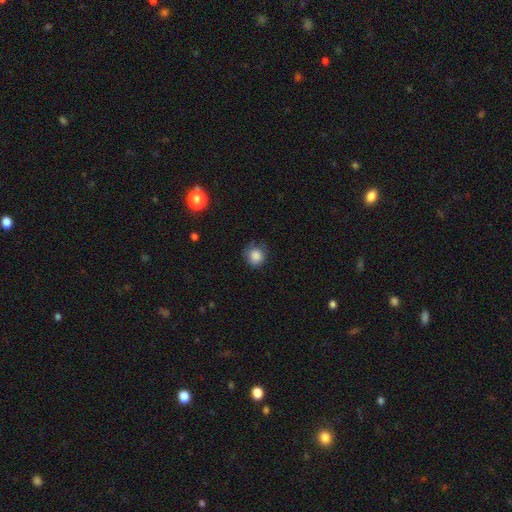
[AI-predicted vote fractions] Smooth or featured: smooth — 85% (star or artifact — 9%)
How rounded: round — 87% (in between — 12%)
Merging: none — 72% (minor disturbance — 21%)